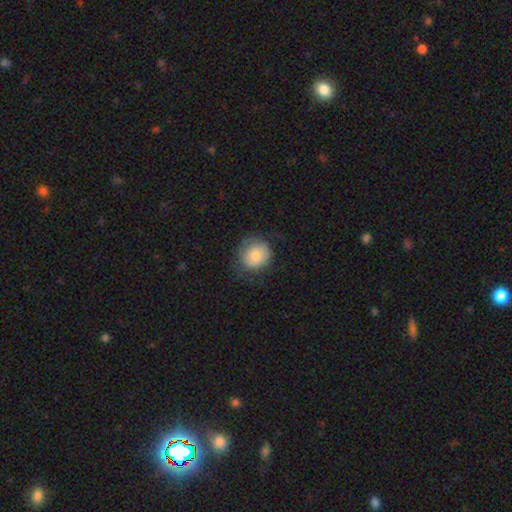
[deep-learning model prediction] smooth_or_featured: smooth (p=0.79) [alt: featured or disk p=0.14]
how_rounded: round (p=0.84) [alt: in between p=0.15]
merging: none (p=0.64) [alt: minor disturbance p=0.23]